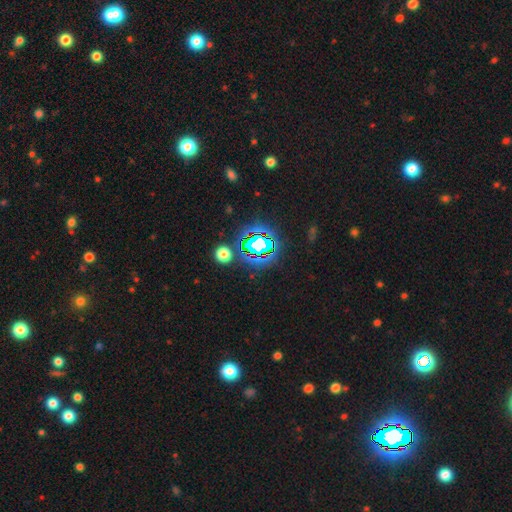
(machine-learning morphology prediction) A star or artifact, not a galaxy (78%).

Vote fractions:
- Smooth or featured? star or artifact: 78% / smooth: 14% / featured or disk: 9%